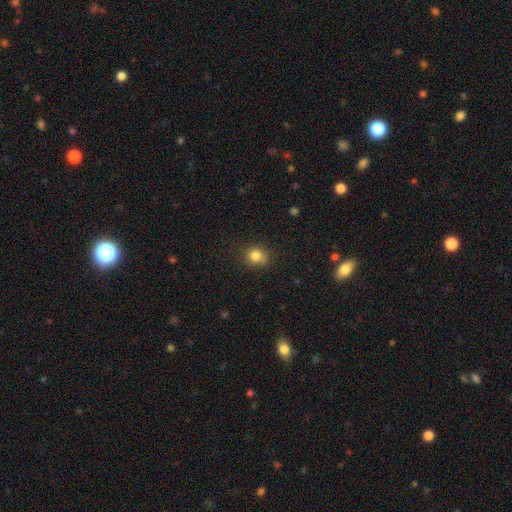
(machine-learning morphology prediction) A smooth galaxy with no disk features (82%) that is round (80%).

Vote fractions:
- Smooth or featured? smooth: 82% / star or artifact: 12% / featured or disk: 6%
- How rounded? round: 80% / in between: 19% / cigar-shaped: 1%
- Merging? none: 72% / minor disturbance: 18% / major disturbance: 5% / merger: 5%